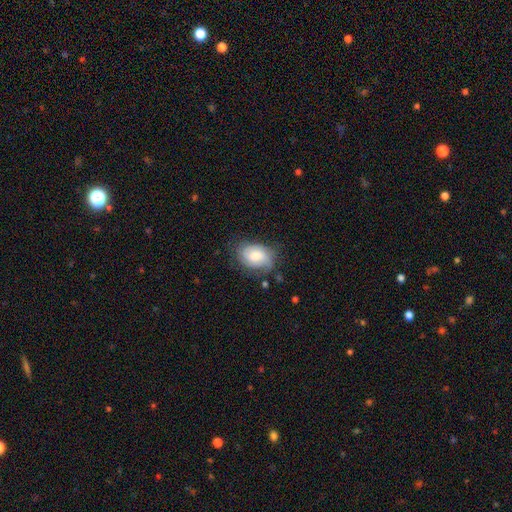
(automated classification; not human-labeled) This appears to be a featured or disk galaxy (48%). Merging: none (63%).